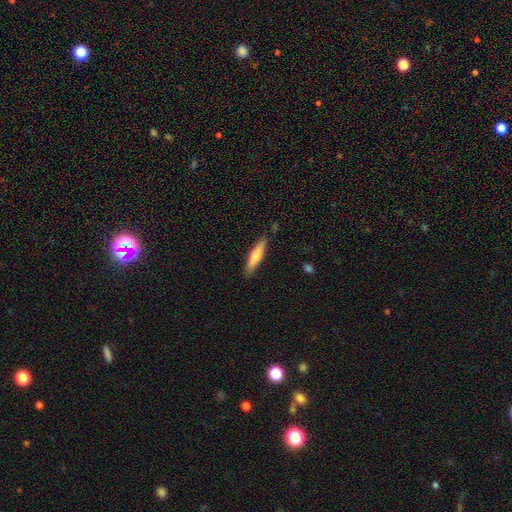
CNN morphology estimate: Smooth or featured?
  - smooth: 70% *
  - featured or disk: 25%
  - star or artifact: 5%
How rounded?
  - cigar-shaped: 84% *
  - in between: 15%
  - round: 1%
Merging?
  - none: 86% *
  - minor disturbance: 10%
  - major disturbance: 2%
  - merger: 2%